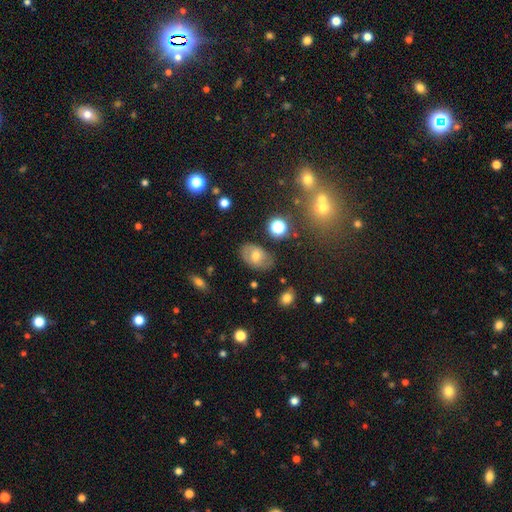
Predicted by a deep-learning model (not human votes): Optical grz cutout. It shows a smooth galaxy with no disk features (49%). Merging: none (72%).